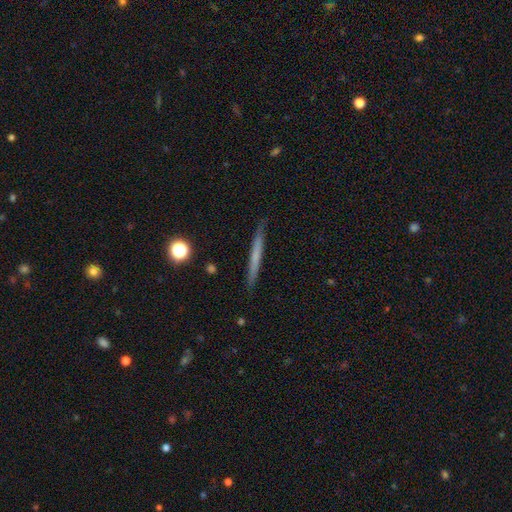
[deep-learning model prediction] This is possibly a smooth galaxy (52%). How rounded: clearly cigar-shaped (96%). Merging: clearly none (89%).